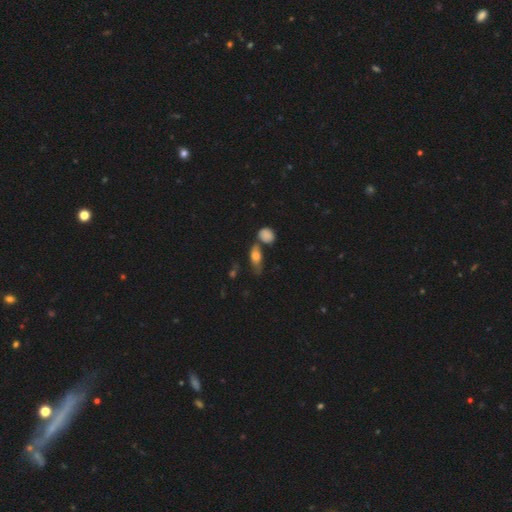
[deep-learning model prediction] Morphology: type=smooth (69%); roundness=in between (74%); merging=none (53%).